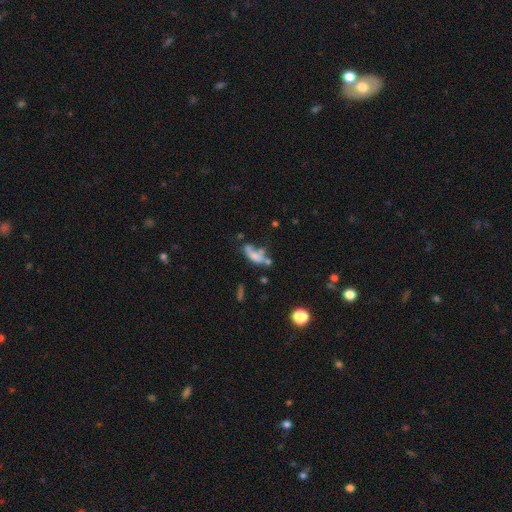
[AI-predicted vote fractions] This appears to be a smooth galaxy with no disk features (54%) that is in between round and cigar-shaped (72%). Merging: merger (33%).